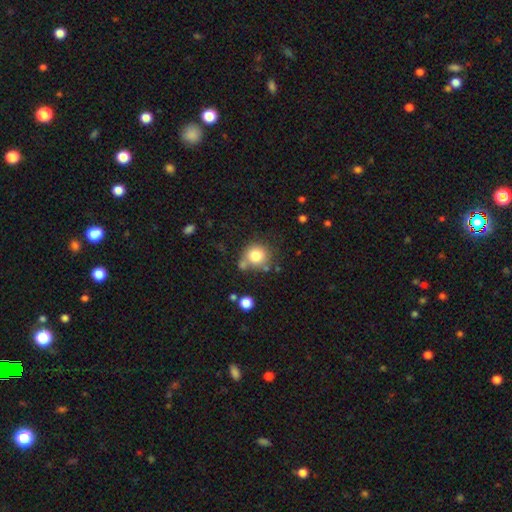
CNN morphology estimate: Q: Smooth or featured?
A: smooth (79%); runner-up: star or artifact (11%)
Q: How rounded?
A: round (87%); runner-up: in between (12%)
Q: Merging?
A: none (62%); runner-up: merger (17%)